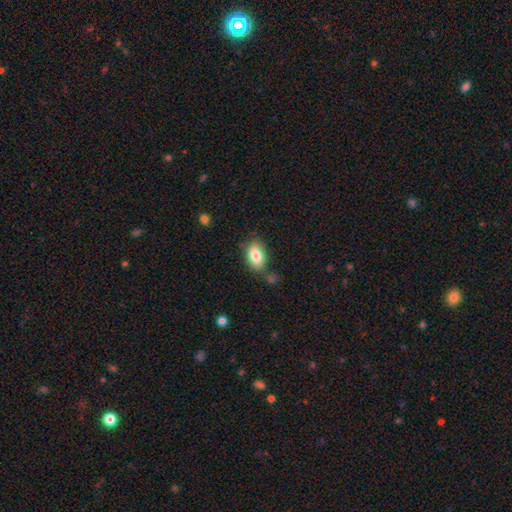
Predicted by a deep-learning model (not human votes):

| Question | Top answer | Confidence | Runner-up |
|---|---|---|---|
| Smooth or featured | smooth | 83% | featured or disk (10%) |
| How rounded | in between | 91% | round (7%) |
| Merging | none | 70% | minor disturbance (18%) |